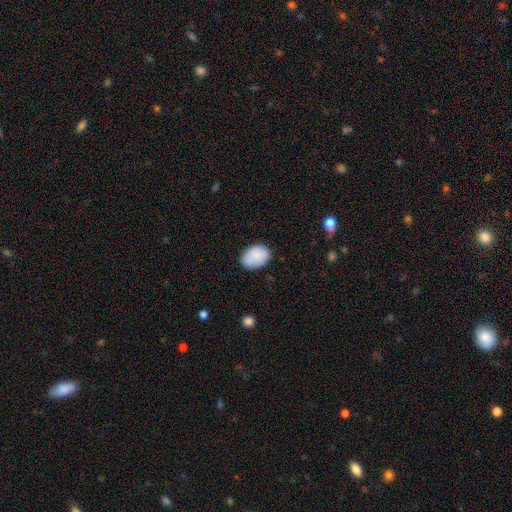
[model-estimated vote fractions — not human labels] A smooth galaxy with no disk features (87%) that is in between round and cigar-shaped (81%).

Vote fractions:
- Smooth or featured? smooth: 87% / featured or disk: 7% / star or artifact: 6%
- How rounded? in between: 81% / round: 18% / cigar-shaped: 1%
- Merging? none: 80% / minor disturbance: 15% / major disturbance: 3% / merger: 1%